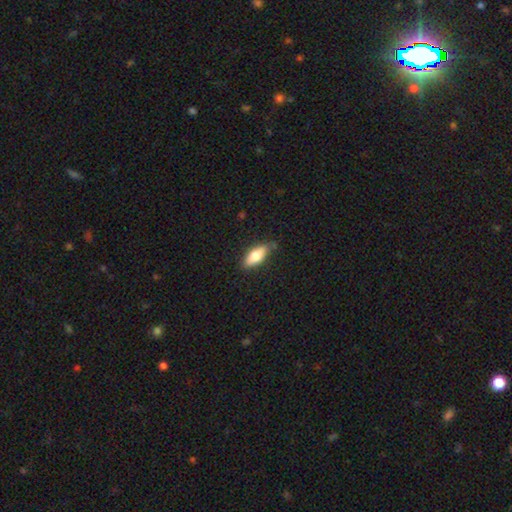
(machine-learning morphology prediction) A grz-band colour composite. It shows a smooth galaxy with no disk features (73%) that is in between round and cigar-shaped (75%). Merging: none (78%).